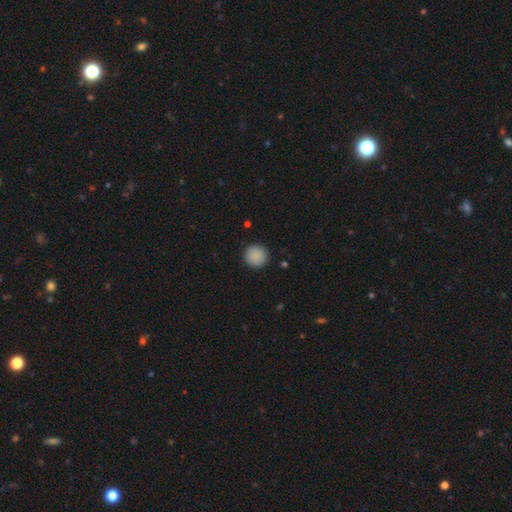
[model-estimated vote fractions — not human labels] Smooth or featured? smooth (89%)
How rounded? round (95%)
Merging? none (91%)